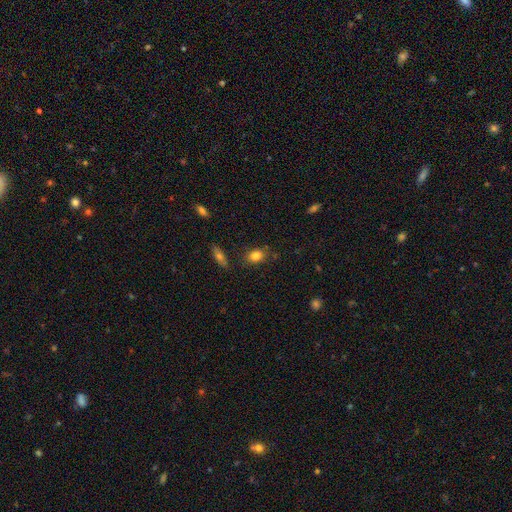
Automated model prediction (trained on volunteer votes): A smooth galaxy with no disk features (83%) that is in between round and cigar-shaped (68%). Merging: none (75%).